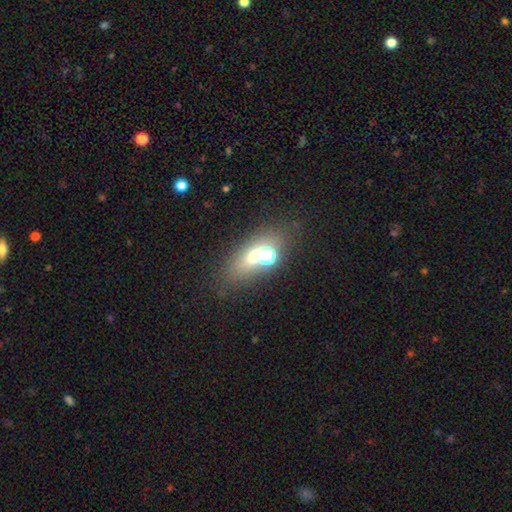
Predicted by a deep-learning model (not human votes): A smooth galaxy with no disk features (50%) that is in between round and cigar-shaped (64%). Merging: none (49%).